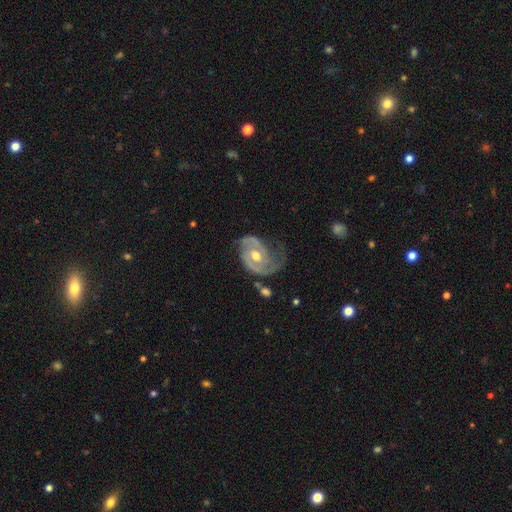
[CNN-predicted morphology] type=featured or disk (89%); edge-on=no (97%); bar=no (57%); spiral arms=yes (96%); winding=tight (44%); arm count=2 (77%); bulge=moderate (77%); merging=none (55%).